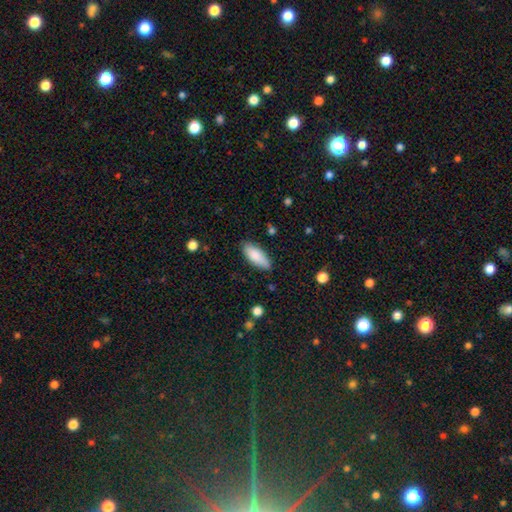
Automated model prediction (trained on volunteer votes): A smooth galaxy with no disk features (86%) that is in between round and cigar-shaped (80%). Merging: none (83%).